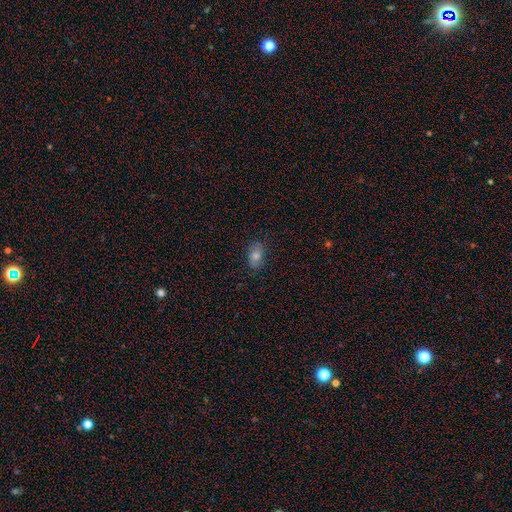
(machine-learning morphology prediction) smooth-or-featured: smooth: 78% | featured or disk: 13% | star or artifact: 10%
  how-rounded: in between: 85% | round: 13% | cigar-shaped: 2%
  merging: none: 81% | minor disturbance: 15% | major disturbance: 3% | merger: 1%